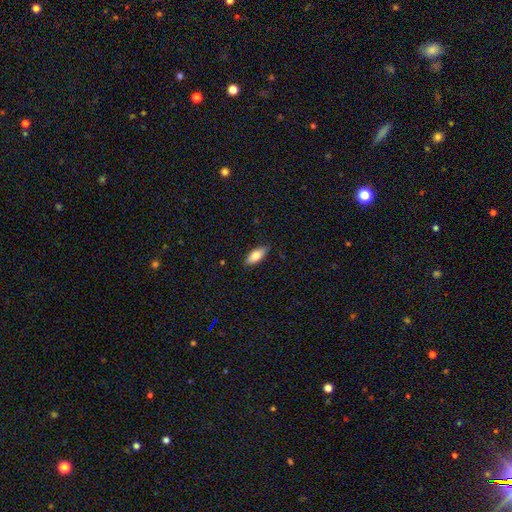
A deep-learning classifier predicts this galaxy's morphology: smooth 81%, featured or disk 12%, star or artifact 6%. Down the decision tree: how rounded — in between (84%); merging — none (85%).